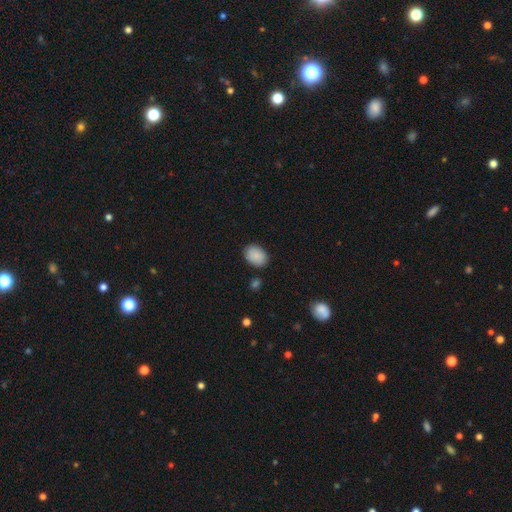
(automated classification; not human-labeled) This appears to be a smooth galaxy with no disk features (89%) that is in between round and cigar-shaped (79%). Merging: none (84%).